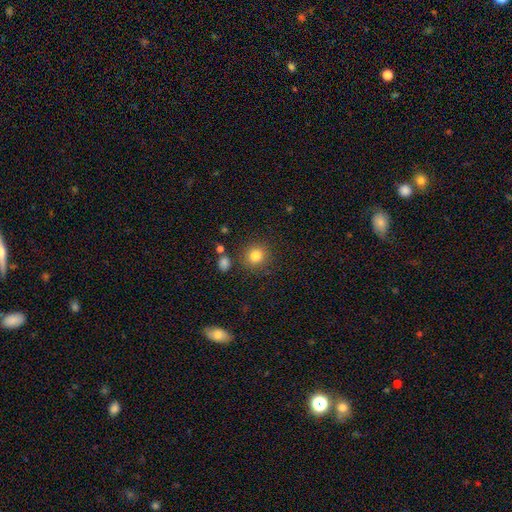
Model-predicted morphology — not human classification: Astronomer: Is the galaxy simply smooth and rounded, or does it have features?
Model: smooth — 82%.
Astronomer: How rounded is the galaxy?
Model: round — 92%.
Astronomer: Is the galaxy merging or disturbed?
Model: none — 87%.